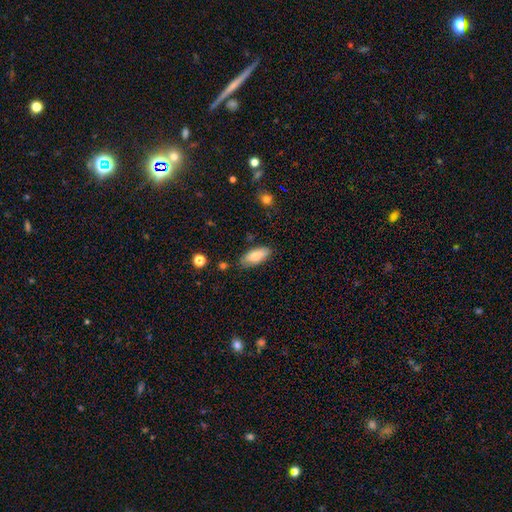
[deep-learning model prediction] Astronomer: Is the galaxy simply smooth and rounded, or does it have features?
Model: smooth — 81%.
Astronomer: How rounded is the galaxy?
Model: in between — 83%.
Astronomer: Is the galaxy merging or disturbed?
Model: none — 78%.